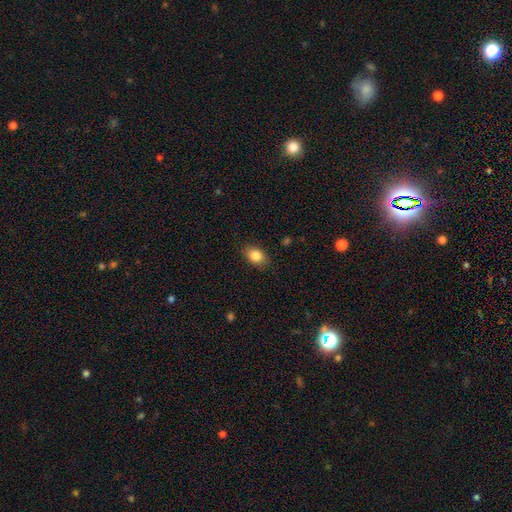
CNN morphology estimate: Smooth or featured? Predicted: smooth (p=0.85). How rounded? Predicted: in between (p=0.75). Merging? Predicted: none (p=0.85).